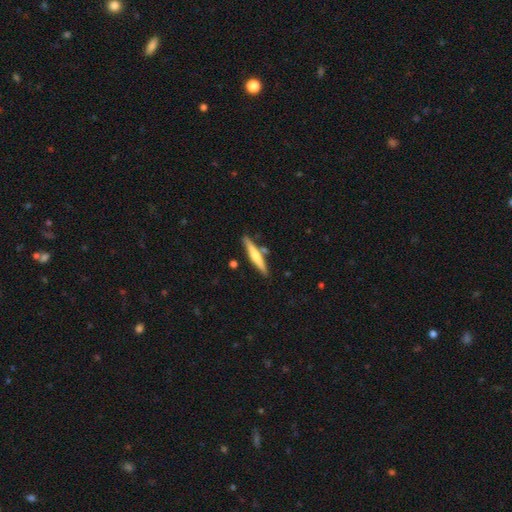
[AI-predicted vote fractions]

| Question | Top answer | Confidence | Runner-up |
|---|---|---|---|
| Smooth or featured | smooth | 48% | featured or disk (47%) |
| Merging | none | 81% | minor disturbance (10%) |